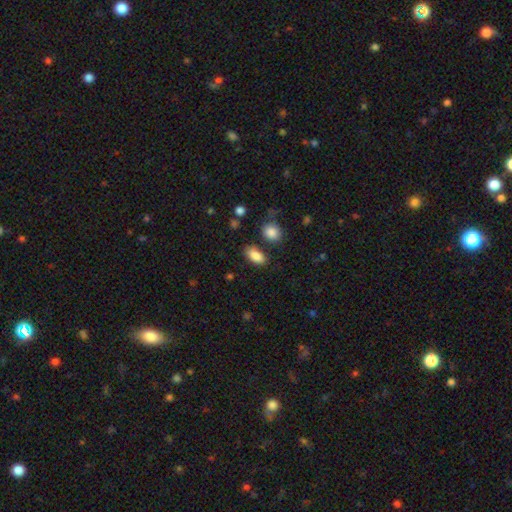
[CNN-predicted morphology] smooth_or_featured: smooth (p=0.87) [alt: star or artifact p=0.08]
how_rounded: in between (p=0.90) [alt: cigar-shaped p=0.06]
merging: none (p=0.76) [alt: minor disturbance p=0.14]